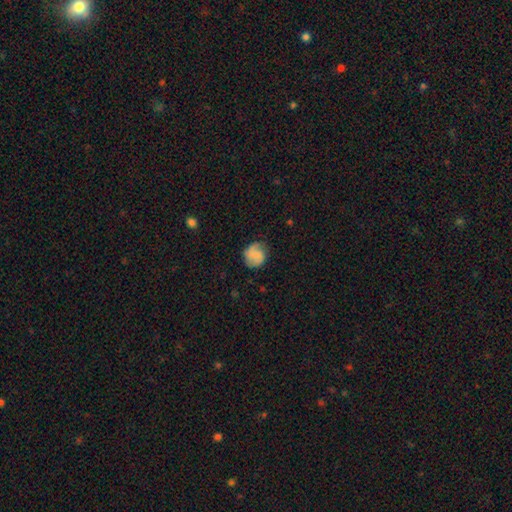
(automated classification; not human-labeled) Smooth or featured? Predicted: smooth (p=0.48). Merging? Predicted: none (p=0.72).